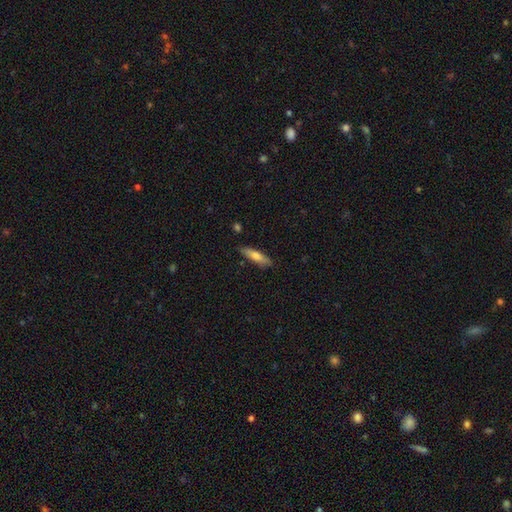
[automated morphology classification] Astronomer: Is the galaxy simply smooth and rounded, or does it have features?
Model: smooth — 66%.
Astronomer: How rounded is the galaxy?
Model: cigar-shaped — 72%.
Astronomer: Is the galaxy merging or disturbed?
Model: none — 85%.